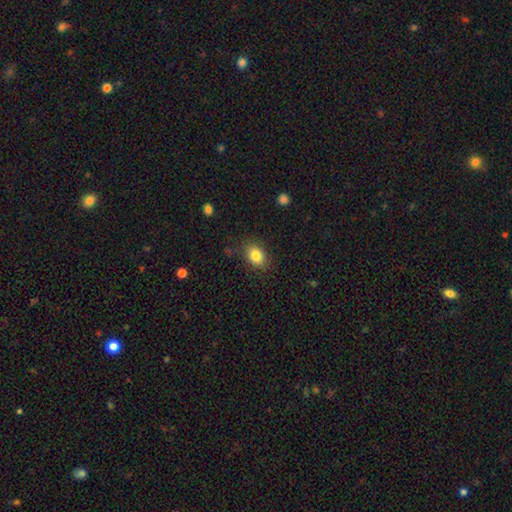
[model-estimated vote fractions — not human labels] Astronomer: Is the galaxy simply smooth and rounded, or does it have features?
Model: smooth — 83%.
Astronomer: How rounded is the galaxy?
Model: in between — 61% (runner-up: round, 38%).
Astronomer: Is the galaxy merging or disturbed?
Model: none — 83%.